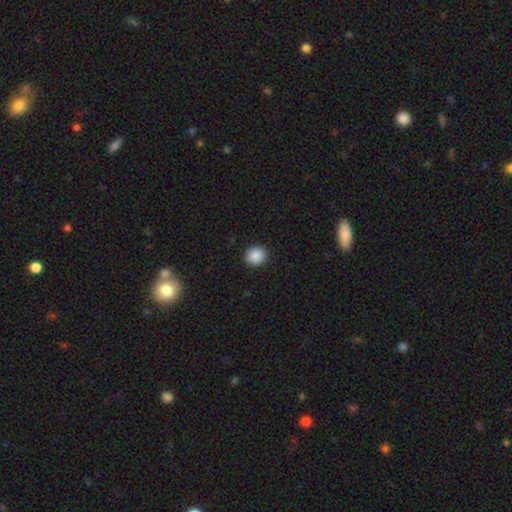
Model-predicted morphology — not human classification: Smooth or featured? smooth (88%)
How rounded? round (88%)
Merging? none (92%)